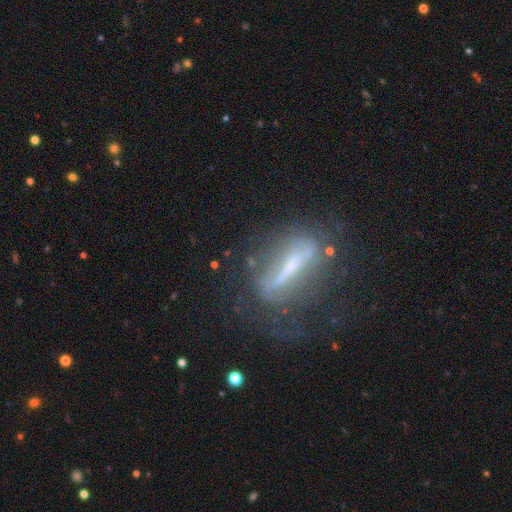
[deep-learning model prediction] featured or disk 65%, smooth 21%, star or artifact 14%. Down the decision tree: edge-on disk — yes (53%); merging — none (60%).